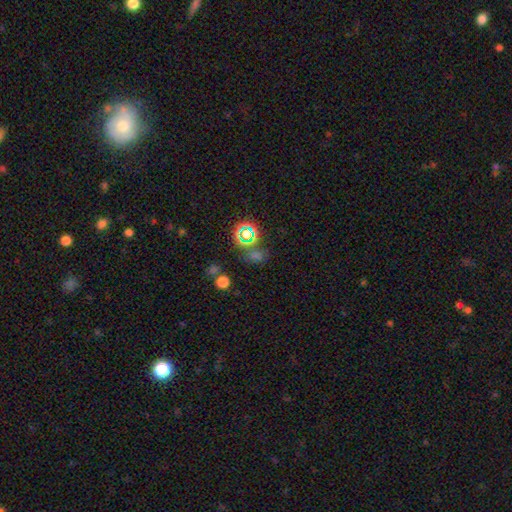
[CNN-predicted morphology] smooth_or_featured: star or artifact (p=0.58) [alt: smooth p=0.33]